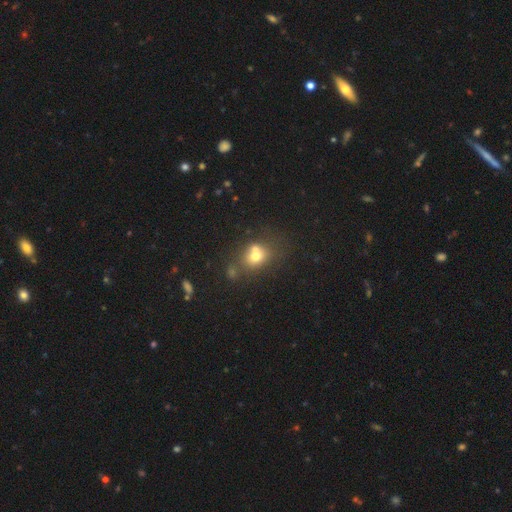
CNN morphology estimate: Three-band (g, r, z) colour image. It shows a smooth galaxy with no disk features (67%) that is round (57%). Merging: merger (41%, tied with none).